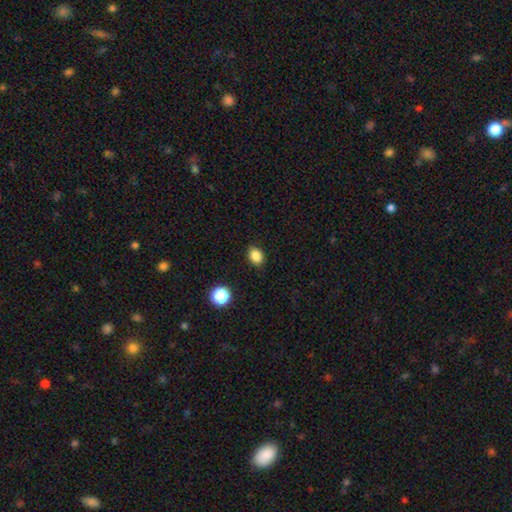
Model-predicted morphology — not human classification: smooth 85%, star or artifact 11%, featured or disk 4%. Down the decision tree: how rounded — in between (61%); merging — none (87%).